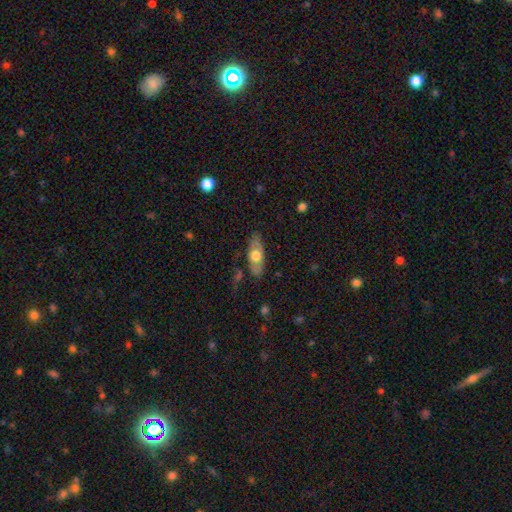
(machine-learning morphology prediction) The model was most divided on "smooth or featured": smooth: 54%, featured or disk: 40%, star or artifact: 6%. More confident: merging — none (79%); how rounded — in between (76%).